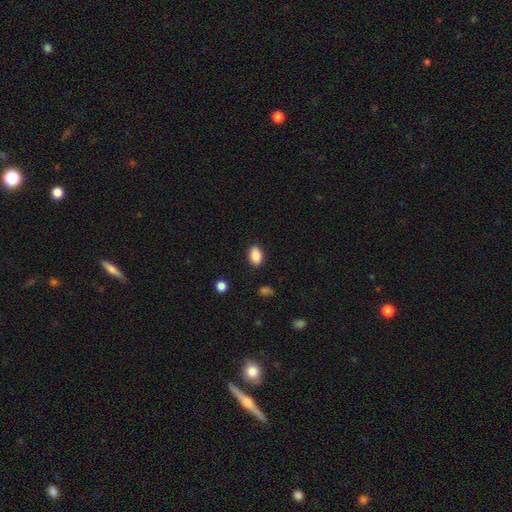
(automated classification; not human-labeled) smooth 88%, star or artifact 8%, featured or disk 4%. Down the decision tree: how rounded — in between (84%); merging — none (87%).